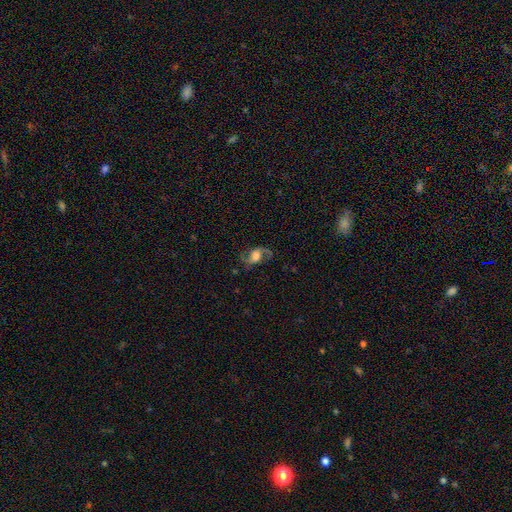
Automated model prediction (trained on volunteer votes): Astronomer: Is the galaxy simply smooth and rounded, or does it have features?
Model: featured or disk — 74%.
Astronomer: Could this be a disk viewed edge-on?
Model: no — 96%.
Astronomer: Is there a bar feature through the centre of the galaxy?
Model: no — 45% (runner-up: weak, 40%).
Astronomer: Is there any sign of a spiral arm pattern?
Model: yes — 92%.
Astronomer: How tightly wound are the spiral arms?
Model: loose — 55% (runner-up: medium, 38%).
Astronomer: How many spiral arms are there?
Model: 2 — 89%.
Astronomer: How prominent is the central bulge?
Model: large — 47% (runner-up: moderate, 26%).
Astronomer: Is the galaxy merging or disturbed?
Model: none — 70%.